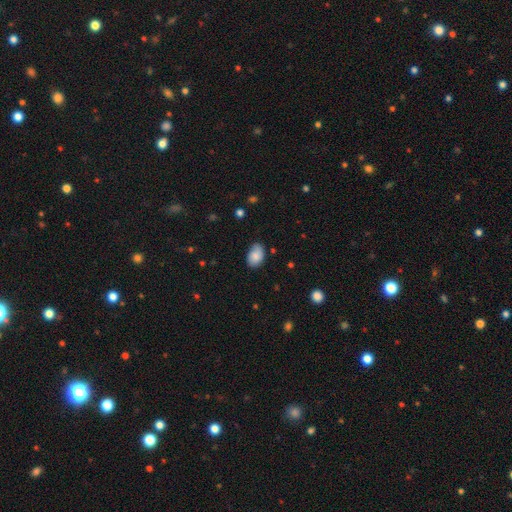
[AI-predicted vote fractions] smooth_or_featured: smooth (p=0.81) [alt: featured or disk p=0.11]
how_rounded: in between (p=0.86) [alt: round p=0.12]
merging: none (p=0.68) [alt: minor disturbance p=0.26]